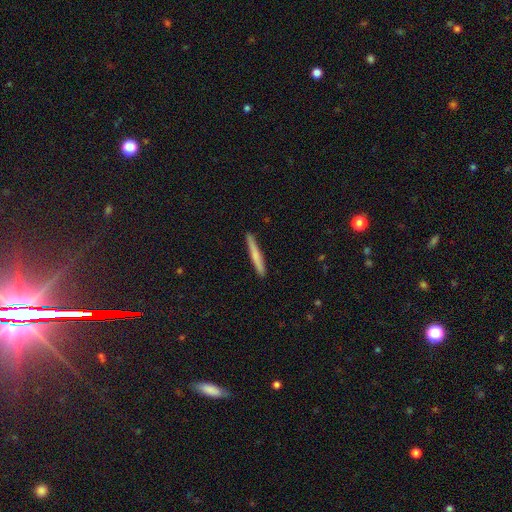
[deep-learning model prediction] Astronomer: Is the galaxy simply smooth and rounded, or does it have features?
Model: smooth — 67%.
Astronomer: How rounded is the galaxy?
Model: cigar-shaped — 97%.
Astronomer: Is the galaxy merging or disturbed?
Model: none — 91%.